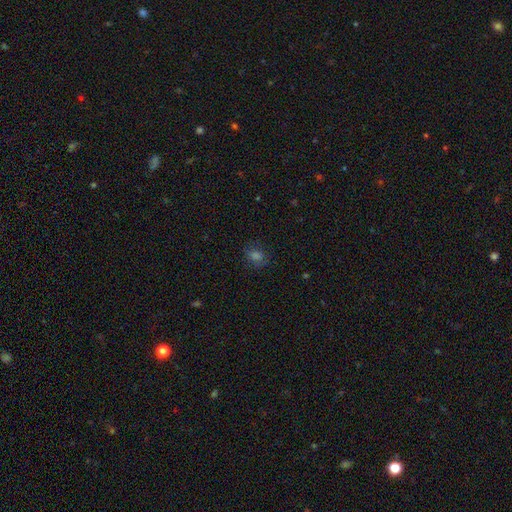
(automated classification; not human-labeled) smooth_or_featured: smooth (p=0.59) [alt: star or artifact p=0.29]
how_rounded: round (p=0.49) [tied with: in between p=0.49]
merging: none (p=0.80) [alt: minor disturbance p=0.13]